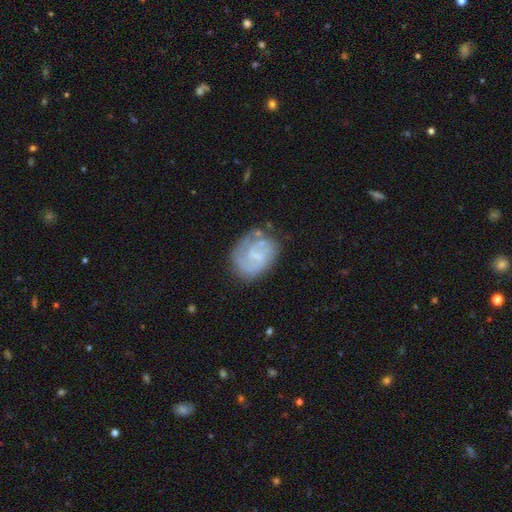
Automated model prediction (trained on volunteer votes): Smooth or featured? Predicted: featured or disk (p=0.62). Edge-on disk? Predicted: no (p=0.98). Bar? Predicted: weak (p=0.46). Spiral arms? Predicted: yes (p=0.76). Bulge size? Predicted: small (p=0.45). Merging? Predicted: none (p=0.60).